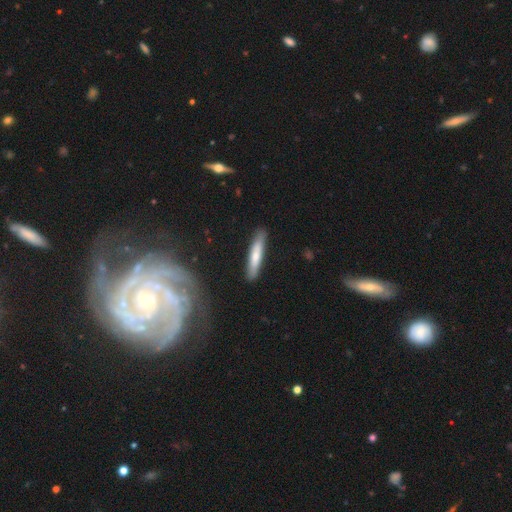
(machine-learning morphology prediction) Smooth or featured? Predicted: smooth (p=0.64). How rounded? Predicted: cigar-shaped (p=0.88). Merging? Predicted: none (p=0.87).